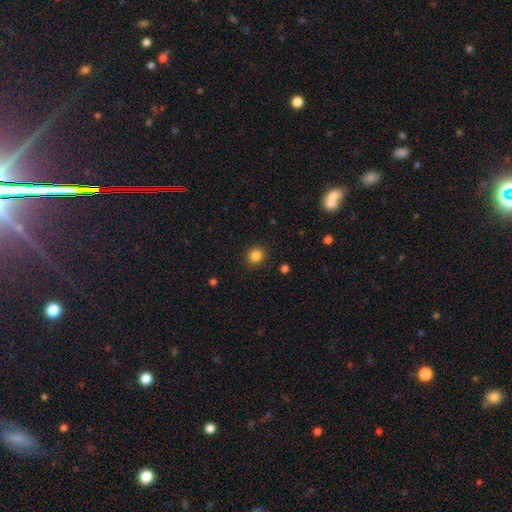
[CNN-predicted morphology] smooth_or_featured: smooth (p=0.85) [alt: star or artifact p=0.11]
how_rounded: round (p=0.89) [alt: in between p=0.10]
merging: none (p=0.90) [alt: minor disturbance p=0.07]